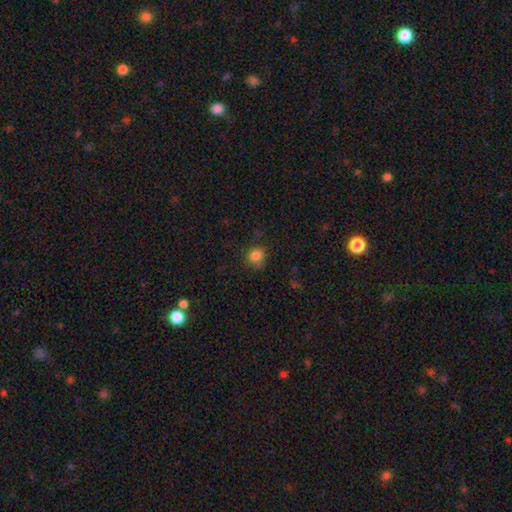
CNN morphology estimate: Q: Smooth or featured?
A: smooth (82%); runner-up: star or artifact (12%)
Q: How rounded?
A: round (74%); runner-up: in between (25%)
Q: Merging?
A: none (70%); runner-up: minor disturbance (21%)